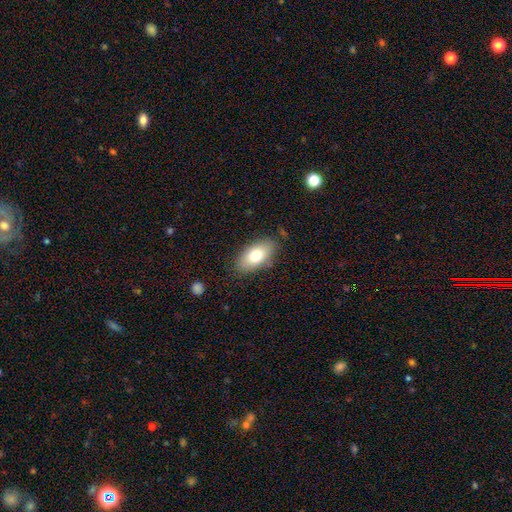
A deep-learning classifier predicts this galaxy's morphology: type=smooth (75%); roundness=in between (91%); merging=none (82%).